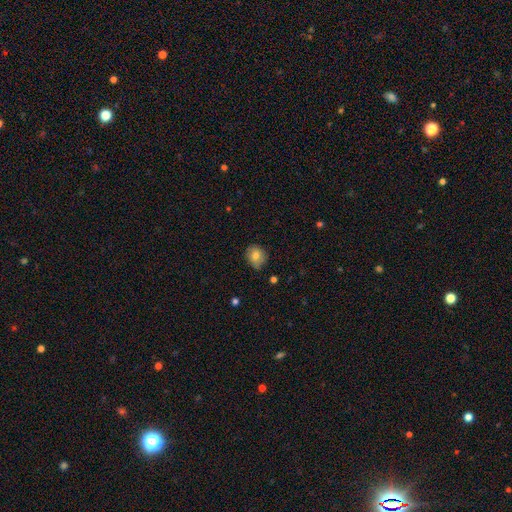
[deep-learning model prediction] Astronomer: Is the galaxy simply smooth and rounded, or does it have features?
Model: smooth — 78%.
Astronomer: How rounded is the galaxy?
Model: round — 71%.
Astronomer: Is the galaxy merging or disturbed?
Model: none — 75%.